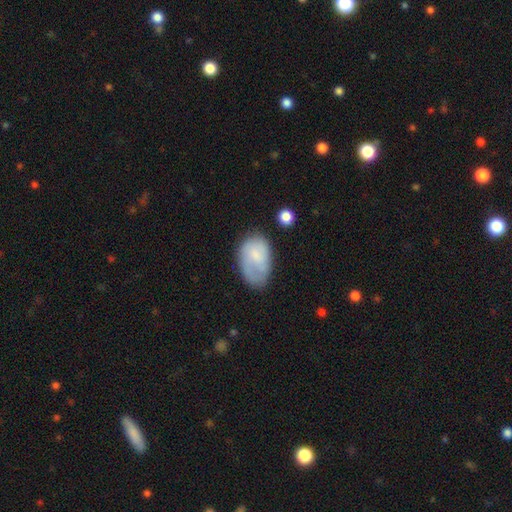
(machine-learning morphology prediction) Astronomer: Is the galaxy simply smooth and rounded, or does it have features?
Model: smooth — 68%.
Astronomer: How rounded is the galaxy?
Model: in between — 91%.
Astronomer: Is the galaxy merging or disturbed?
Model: none — 46% (runner-up: minor disturbance, 33%).